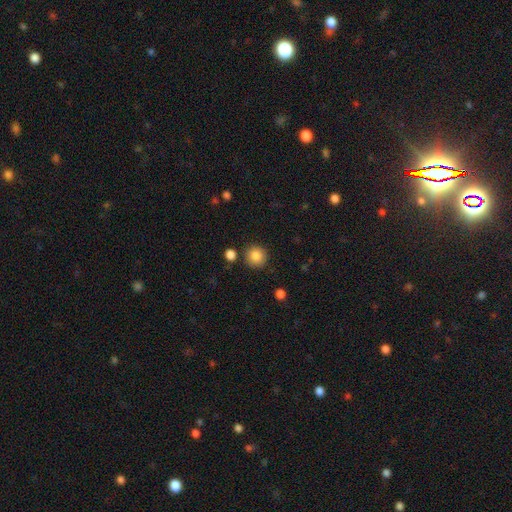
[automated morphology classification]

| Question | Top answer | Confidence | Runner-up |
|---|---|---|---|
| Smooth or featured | smooth | 86% | star or artifact (9%) |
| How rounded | round | 93% | in between (6%) |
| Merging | none | 88% | minor disturbance (7%) |